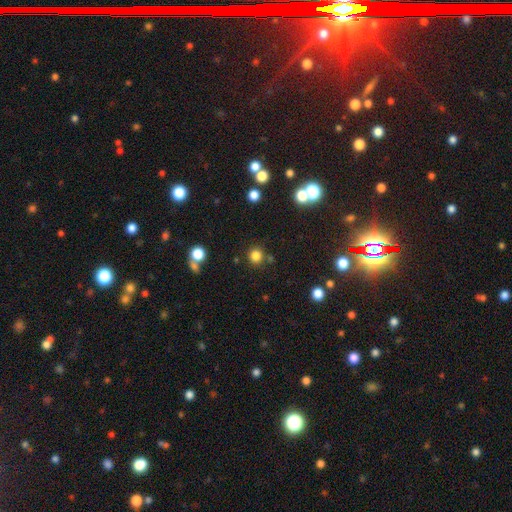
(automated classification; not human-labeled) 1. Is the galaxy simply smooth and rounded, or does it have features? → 81% smooth, 14% star or artifact, 5% featured or disk.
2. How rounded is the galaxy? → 92% round, 7% in between, 1% cigar-shaped.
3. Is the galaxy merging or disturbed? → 83% none, 8% minor disturbance, 7% merger, 3% major disturbance.